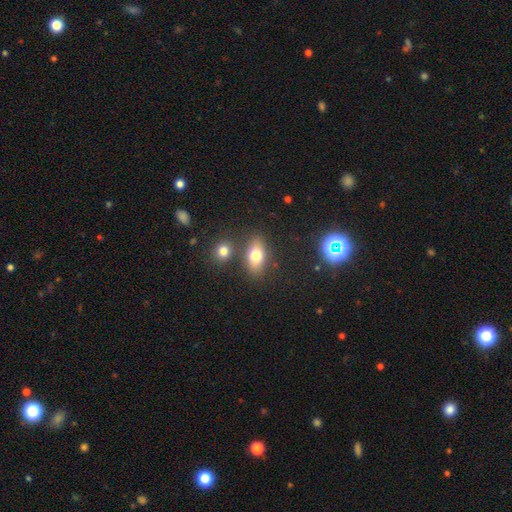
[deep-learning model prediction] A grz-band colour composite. It shows a smooth galaxy with no disk features (74%) that is in between round and cigar-shaped (83%). Merging: none (76%).